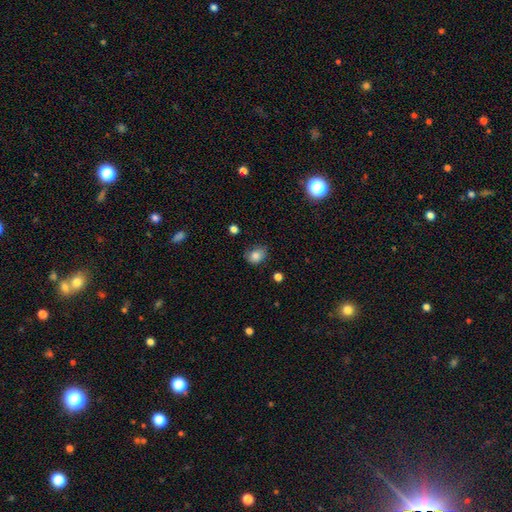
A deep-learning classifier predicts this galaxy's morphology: The model was most divided on "how rounded": in between: 53%, round: 46%, cigar-shaped: 1%. More confident: smooth or featured — smooth (81%); merging — none (59%).